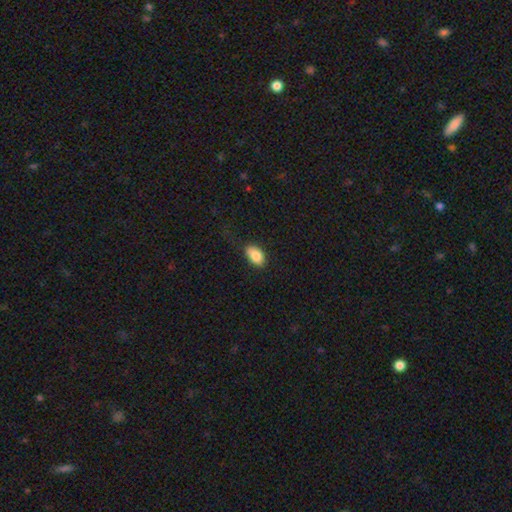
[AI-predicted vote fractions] Overall: smooth (84%). How rounded: in between (91%). Merging: none (69%).